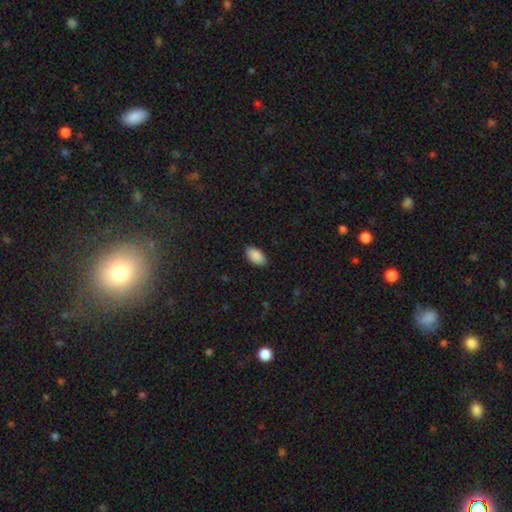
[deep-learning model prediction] Smooth or featured?
  - smooth: 90% *
  - star or artifact: 7%
  - featured or disk: 4%
How rounded?
  - in between: 95% *
  - round: 4%
  - cigar-shaped: 1%
Merging?
  - none: 88% *
  - minor disturbance: 9%
  - major disturbance: 2%
  - merger: 1%